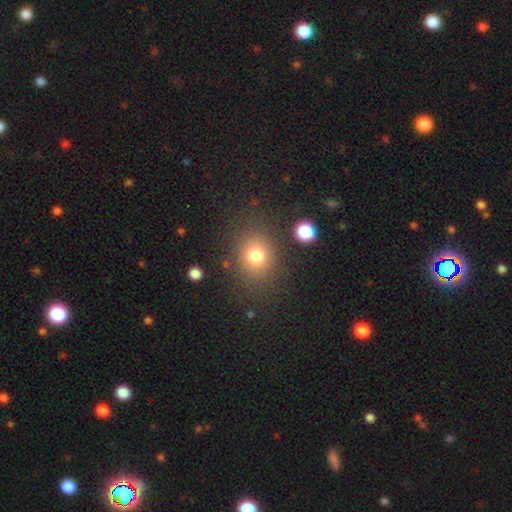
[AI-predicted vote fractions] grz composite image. It shows a smooth galaxy with no disk features (77%) that is round (66%). Merging: none (81%).